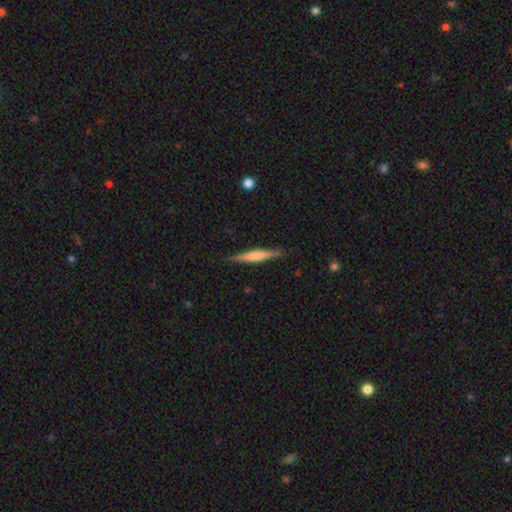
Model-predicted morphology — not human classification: Smooth or featured?
  - featured or disk: 54% *
  - smooth: 40%
  - star or artifact: 6%
Edge-on disk?
  - yes: 97% *
  - no: 3%
Edge-on bulge?
  - rounded: 58% *
  - none: 23%
  - boxy: 19%
Merging?
  - none: 88% *
  - minor disturbance: 9%
  - major disturbance: 2%
  - merger: 1%